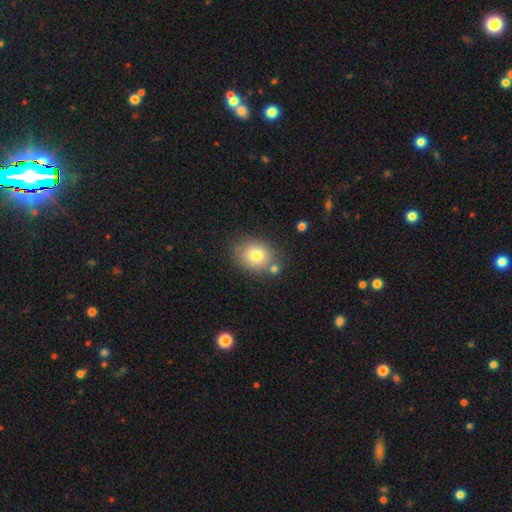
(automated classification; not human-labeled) This appears to be a smooth galaxy with no disk features (77%) that is round (57%). Merging: none (73%).